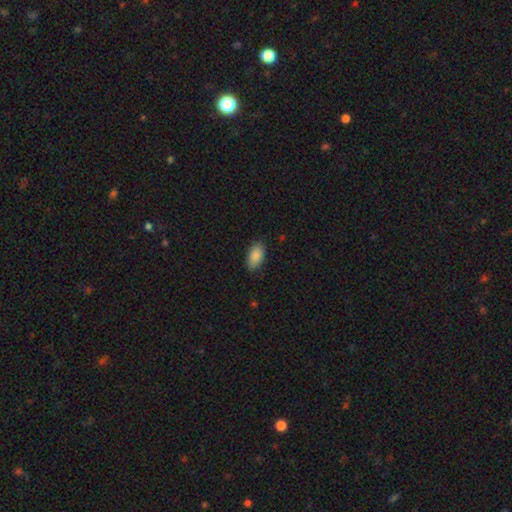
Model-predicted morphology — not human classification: The model was most divided on "merging": none: 83%, minor disturbance: 13%, major disturbance: 2%, merger: 1%. More confident: how rounded — in between (94%); smooth or featured — smooth (88%).